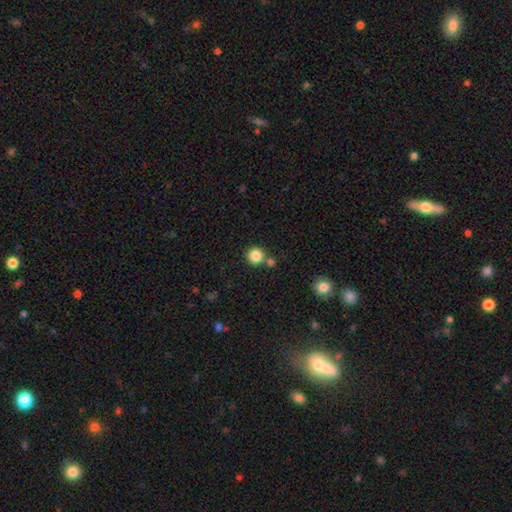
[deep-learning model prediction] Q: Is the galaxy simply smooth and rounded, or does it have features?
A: smooth — 85%.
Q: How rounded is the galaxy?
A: round — 94%.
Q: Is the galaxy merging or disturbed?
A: none — 74%.